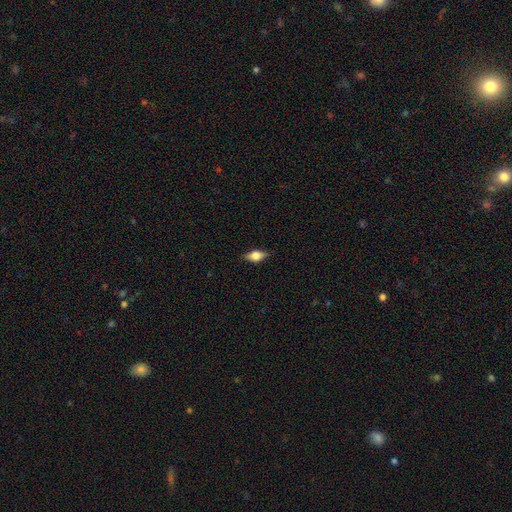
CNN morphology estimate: This is possibly a smooth galaxy (59%). How rounded: clearly in between (80%). Merging: clearly none (83%).